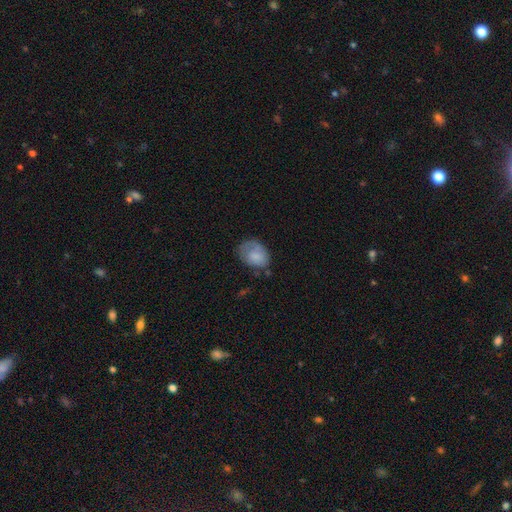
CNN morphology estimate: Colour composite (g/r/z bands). It shows a smooth galaxy with no disk features (74%) that is in between round and cigar-shaped (68%). Merging: none (49%).